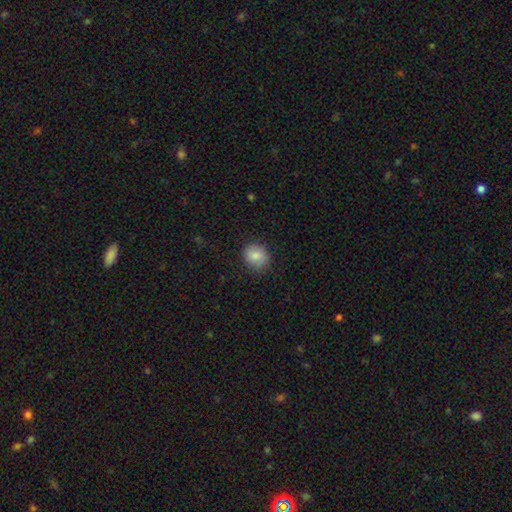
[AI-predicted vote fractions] This appears to be a smooth galaxy with no disk features (86%) that is round (71%). Merging: none (85%).